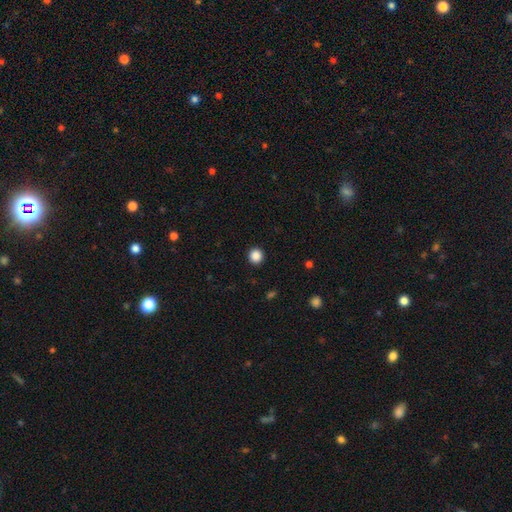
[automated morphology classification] smooth_or_featured: smooth (p=0.87) [alt: star or artifact p=0.10]
how_rounded: round (p=0.93) [alt: in between p=0.06]
merging: none (p=0.93) [alt: minor disturbance p=0.04]